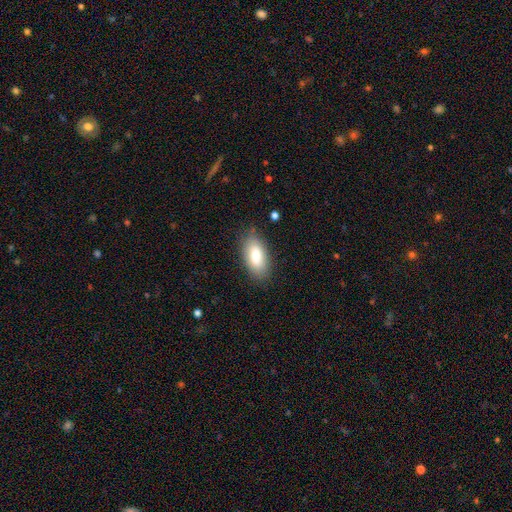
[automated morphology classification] smooth-or-featured: smooth: 82% | featured or disk: 12% | star or artifact: 7%
  how-rounded: in between: 89% | cigar-shaped: 8% | round: 3%
  merging: none: 82% | minor disturbance: 13% | major disturbance: 3% | merger: 1%